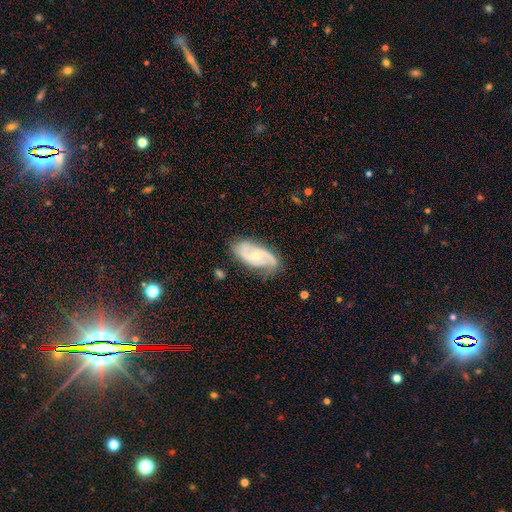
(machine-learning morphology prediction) Smooth or featured: featured or disk — 80% (smooth — 15%)
Edge-on disk: no — 95% (yes — 5%)
Bar: no — 61% (weak — 32%)
Spiral arms: yes — 95% (no — 5%)
Spiral winding: medium — 48% (tight — 33%)
Spiral arm count: 2 — 76% (can't tell — 10%)
Bulge size: small — 56% (moderate — 41%)
Merging: none — 74% (minor disturbance — 19%)